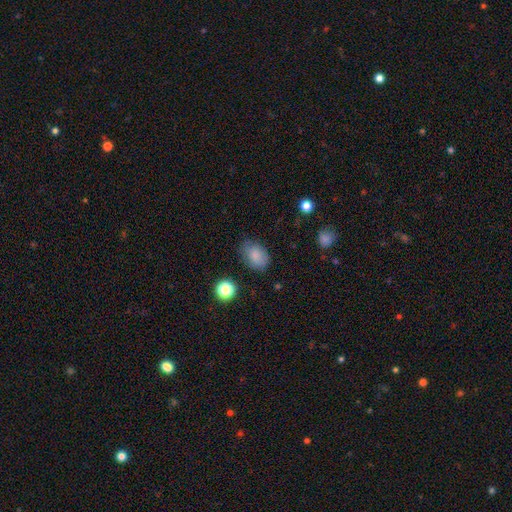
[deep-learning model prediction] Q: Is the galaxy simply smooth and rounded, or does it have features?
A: smooth — 84%.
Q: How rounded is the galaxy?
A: in between — 82%.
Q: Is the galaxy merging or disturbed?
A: none — 74%.